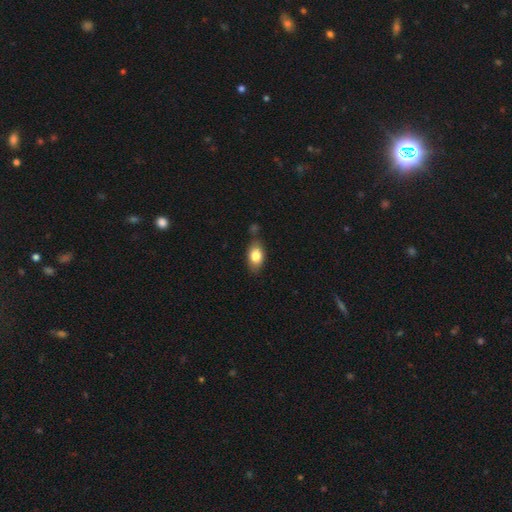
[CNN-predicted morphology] This appears to be a smooth galaxy with no disk features (81%) that is in between round and cigar-shaped (86%). Merging: none (69%).